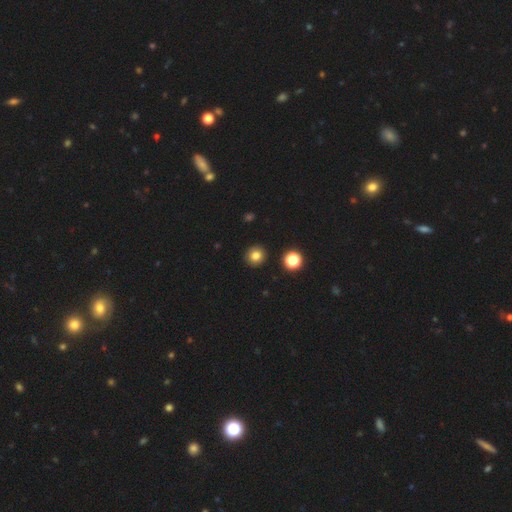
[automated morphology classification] Smooth or featured: smooth — 81% (star or artifact — 13%)
How rounded: round — 92% (in between — 7%)
Merging: none — 92% (minor disturbance — 5%)